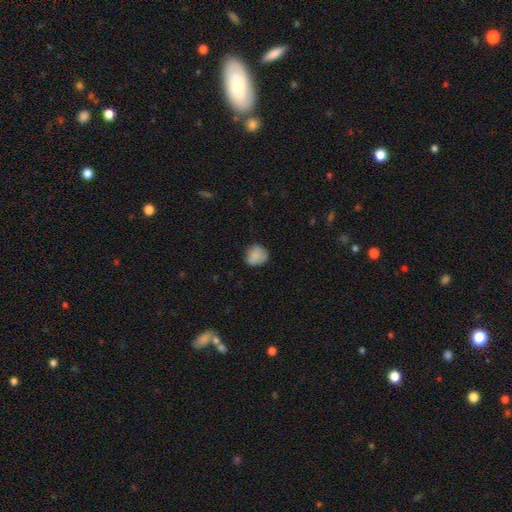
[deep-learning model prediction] Smooth or featured: smooth — 77% (featured or disk — 15%)
How rounded: round — 77% (in between — 22%)
Merging: none — 66% (minor disturbance — 25%)